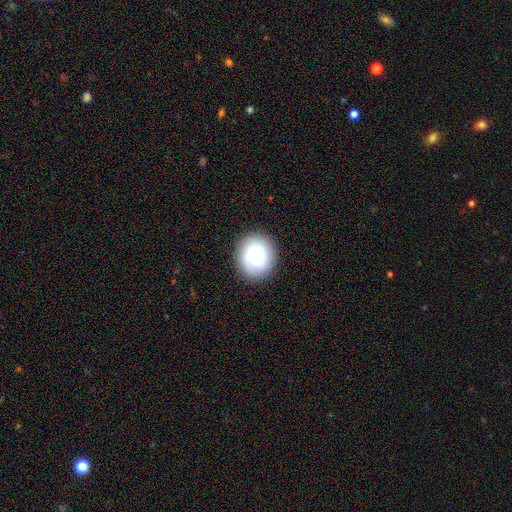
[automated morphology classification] Smooth or featured? smooth (78%)
How rounded? round (73%)
Merging? none (88%)